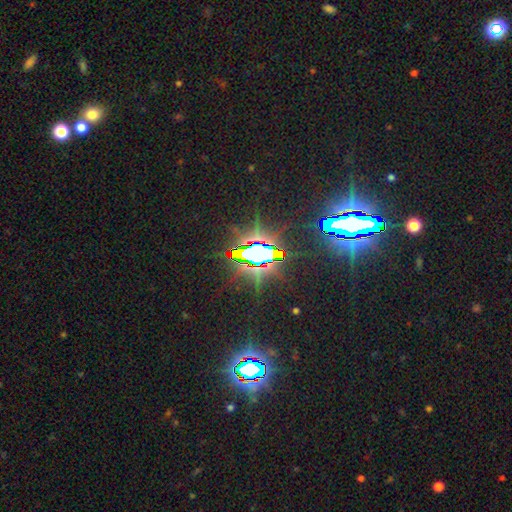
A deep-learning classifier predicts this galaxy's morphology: Smooth or featured? star or artifact (80%)